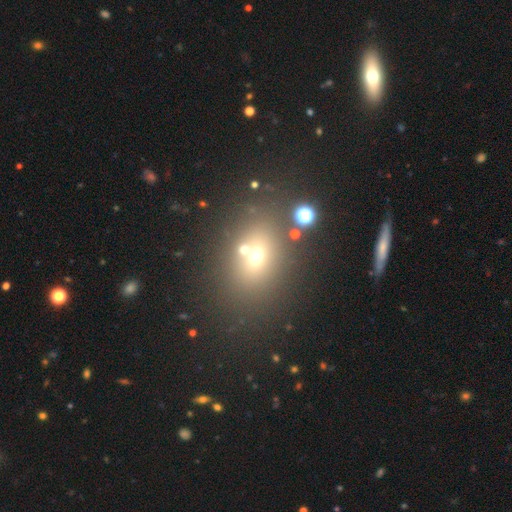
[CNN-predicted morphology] Smooth or featured?
  - smooth: 55% *
  - star or artifact: 26%
  - featured or disk: 19%
How rounded?
  - in between: 58% *
  - round: 40%
  - cigar-shaped: 2%
Merging?
  - none: 62% *
  - merger: 22%
  - minor disturbance: 10%
  - major disturbance: 5%